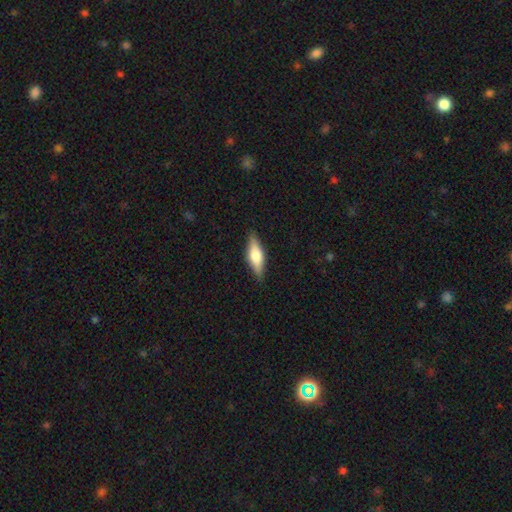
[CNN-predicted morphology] smooth_or_featured: smooth (p=0.56) [alt: featured or disk p=0.38]
how_rounded: in between (p=0.53) [alt: cigar-shaped p=0.44]
merging: none (p=0.87) [alt: minor disturbance p=0.10]